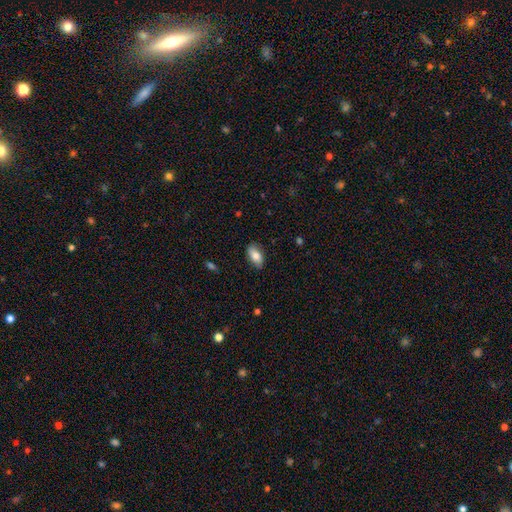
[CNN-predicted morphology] Smooth or featured?
  - smooth: 79% *
  - featured or disk: 14%
  - star or artifact: 7%
How rounded?
  - in between: 92% *
  - round: 4%
  - cigar-shaped: 4%
Merging?
  - none: 82% *
  - minor disturbance: 14%
  - major disturbance: 2%
  - merger: 1%